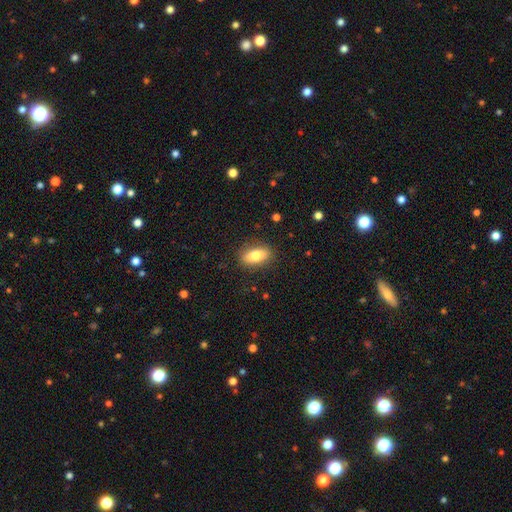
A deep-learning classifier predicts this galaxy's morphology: smooth 78%, featured or disk 15%, star or artifact 7%. Down the decision tree: how rounded — in between (84%); merging — none (86%).